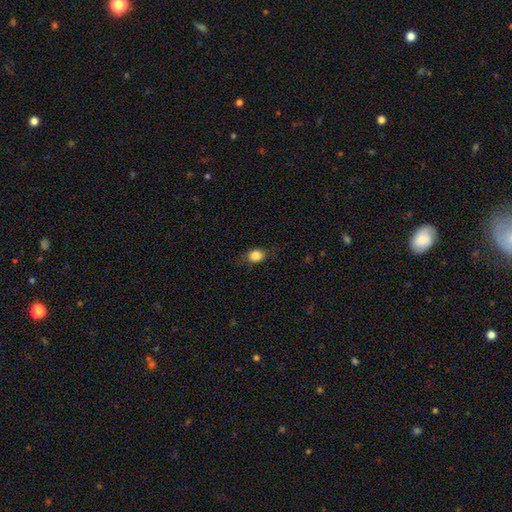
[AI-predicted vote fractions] A smooth galaxy with no disk features (83%) that is in between round and cigar-shaped (51%).

Vote fractions:
- Smooth or featured? smooth: 83% / star or artifact: 9% / featured or disk: 7%
- How rounded? in between: 51% / round: 48% / cigar-shaped: 2%
- Merging? none: 77% / minor disturbance: 17% / major disturbance: 5% / merger: 1%